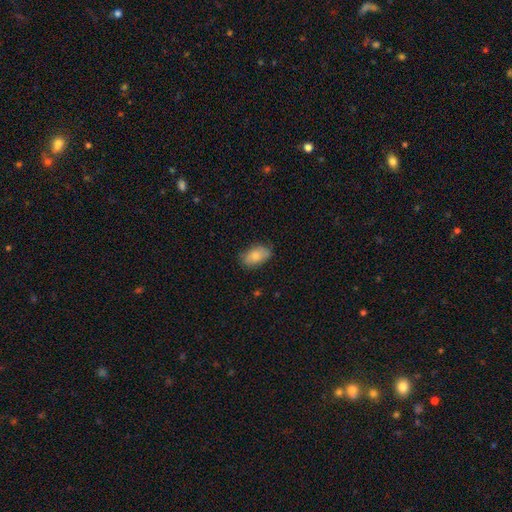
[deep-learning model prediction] smooth_or_featured: smooth (p=0.82) [alt: featured or disk p=0.11]
how_rounded: in between (p=0.91) [alt: round p=0.06]
merging: none (p=0.76) [alt: minor disturbance p=0.19]